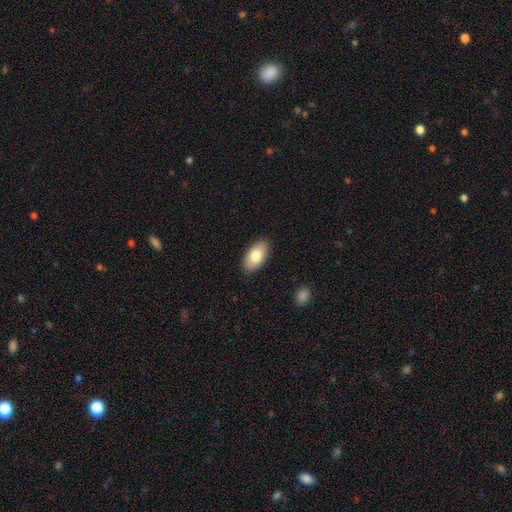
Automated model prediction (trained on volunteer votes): smooth 82%, featured or disk 12%, star or artifact 6%. Down the decision tree: how rounded — in between (94%); merging — none (88%).